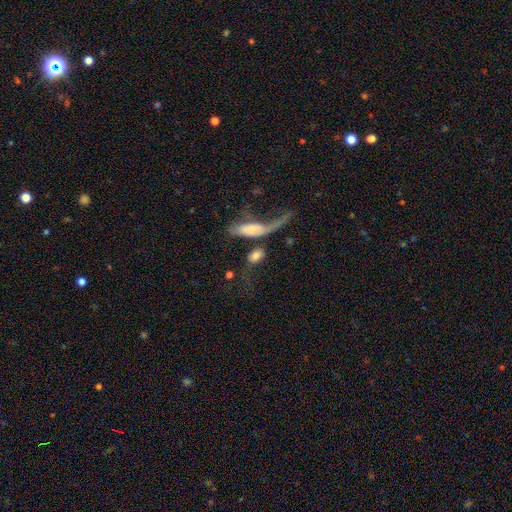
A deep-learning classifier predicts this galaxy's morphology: This appears to be a smooth galaxy with no disk features (65%) that is in between round and cigar-shaped (75%). Merging: merger (38%).